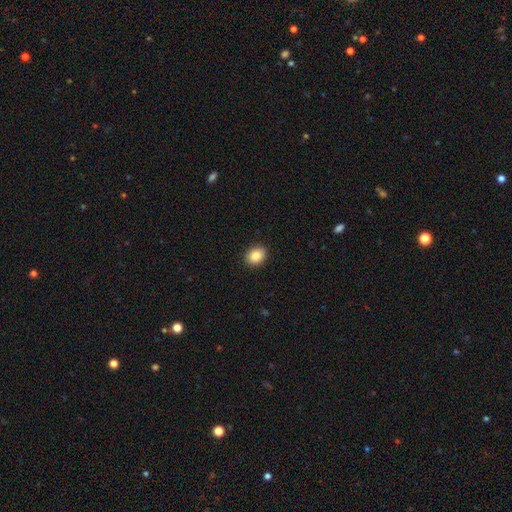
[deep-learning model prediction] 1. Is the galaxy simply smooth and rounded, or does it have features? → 87% smooth, 9% star or artifact, 5% featured or disk.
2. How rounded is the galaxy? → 50% in between, 49% round, 1% cigar-shaped.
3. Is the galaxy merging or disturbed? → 91% none, 6% minor disturbance, 2% major disturbance, 1% merger.